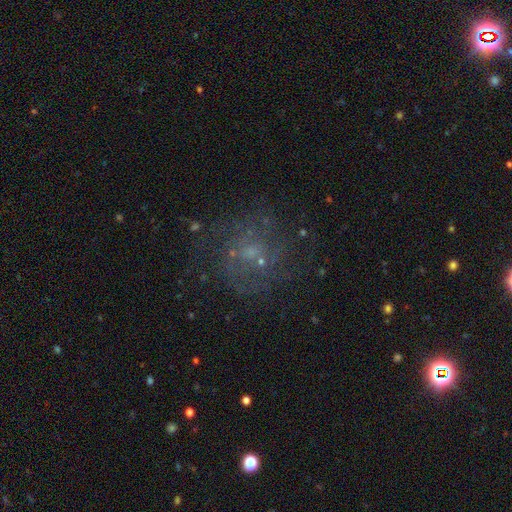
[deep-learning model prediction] This appears to be a featured or disk galaxy (57%) with no bar (73%), spiral arms (62%) and a small central bulge (55%). Merging: none (63%).